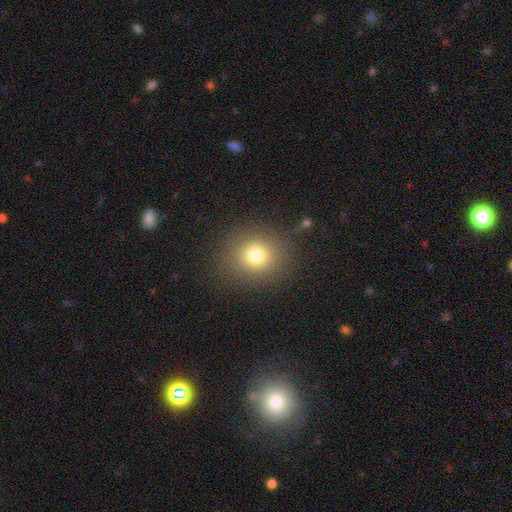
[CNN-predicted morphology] smooth 75%, star or artifact 15%, featured or disk 10%. Down the decision tree: how rounded — round (83%); merging — none (84%).